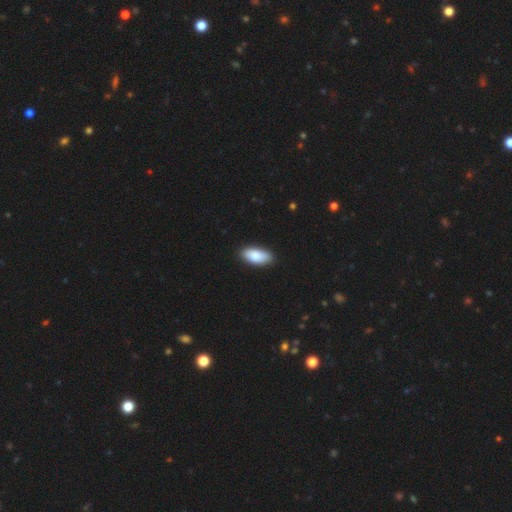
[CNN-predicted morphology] A smooth galaxy with no disk features (88%) that is in between round and cigar-shaped (90%).

Vote fractions:
- Smooth or featured? smooth: 88% / featured or disk: 6% / star or artifact: 6%
- How rounded? in between: 90% / cigar-shaped: 8% / round: 2%
- Merging? none: 88% / minor disturbance: 9% / major disturbance: 2% / merger: 1%